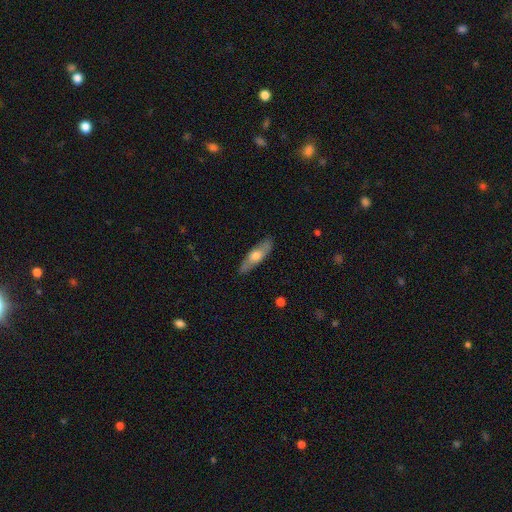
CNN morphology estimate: Smooth or featured?
  - smooth: 52% *
  - featured or disk: 42%
  - star or artifact: 5%
How rounded?
  - cigar-shaped: 50% *
  - in between: 47%
  - round: 2%
Merging?
  - none: 84% *
  - minor disturbance: 13%
  - major disturbance: 3%
  - merger: 1%